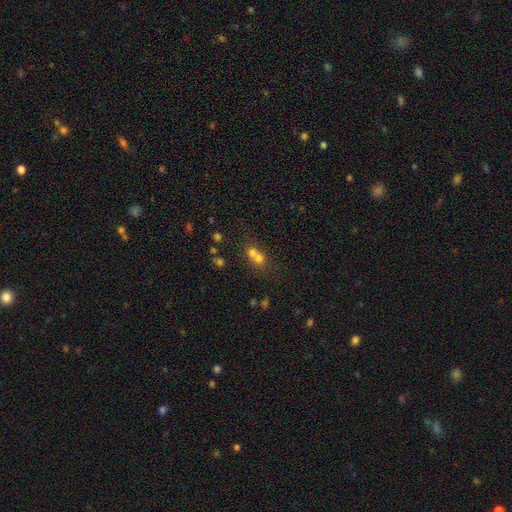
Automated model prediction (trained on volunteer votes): smooth_or_featured: smooth (p=0.67) [alt: featured or disk p=0.17]
how_rounded: round (p=0.72) [alt: in between p=0.27]
merging: merger (p=0.67) [alt: none p=0.26]